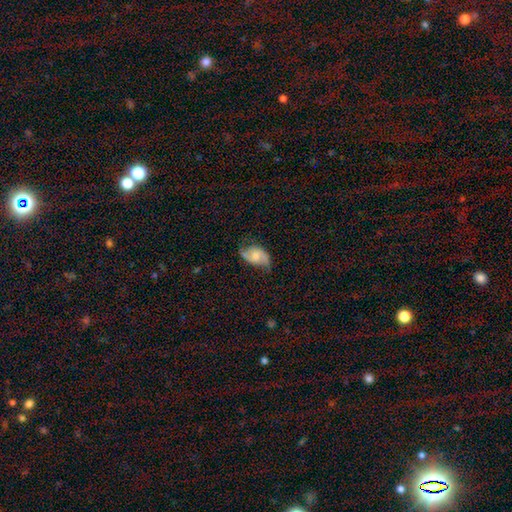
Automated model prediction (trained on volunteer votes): Overall: featured or disk (66%; smooth 27%). Edge-on disk: no (97%). Bar: no (57%; weak 36%). Spiral arms: yes (92%). Spiral arm count: 2 (88%). Spiral winding: loose (49%; medium 38%). Bulge size: moderate (42%; small 29%). Merging: none (65%).